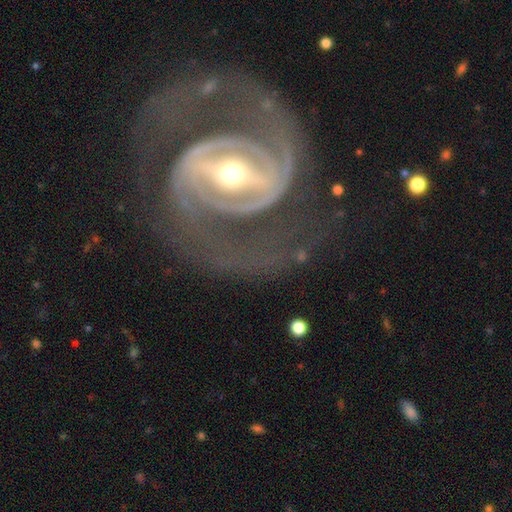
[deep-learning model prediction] Overall: featured or disk (93%). Edge-on disk: no (97%). Bar: strong (69%). Spiral arms: yes (97%). Spiral arm count: 2 (85%). Spiral winding: medium (49%; tight 39%). Bulge size: moderate (60%; small 32%). Merging: none (69%).